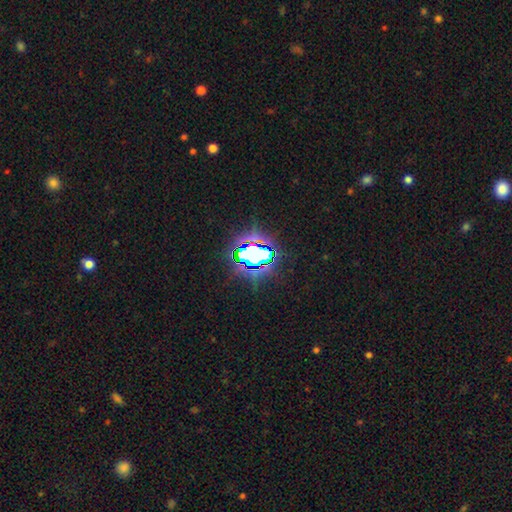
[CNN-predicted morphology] The model was most divided on "smooth or featured": star or artifact: 72%, smooth: 16%, featured or disk: 12%.